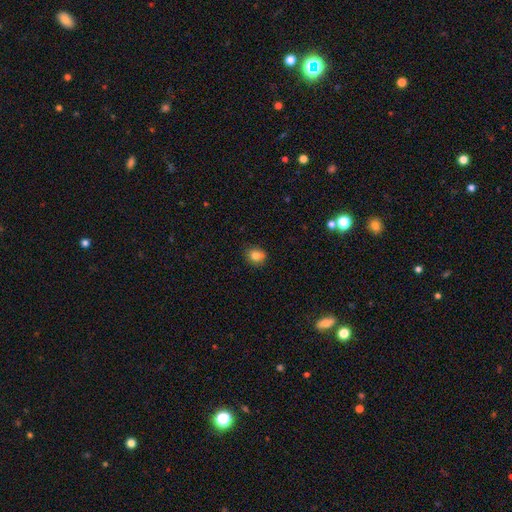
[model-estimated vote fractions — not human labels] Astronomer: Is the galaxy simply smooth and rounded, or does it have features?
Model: smooth — 80%.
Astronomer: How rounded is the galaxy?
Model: round — 66%.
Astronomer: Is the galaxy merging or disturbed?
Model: none — 74%.